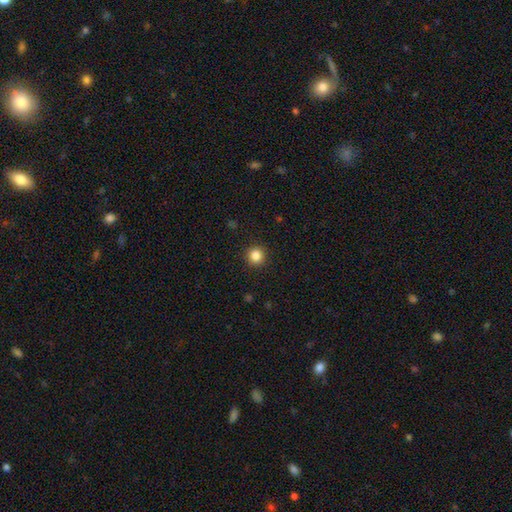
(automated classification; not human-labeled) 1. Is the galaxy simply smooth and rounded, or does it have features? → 85% smooth, 11% star or artifact, 4% featured or disk.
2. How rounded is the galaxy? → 95% round, 5% in between, 1% cigar-shaped.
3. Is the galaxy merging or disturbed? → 92% none, 5% minor disturbance, 2% major disturbance, 1% merger.